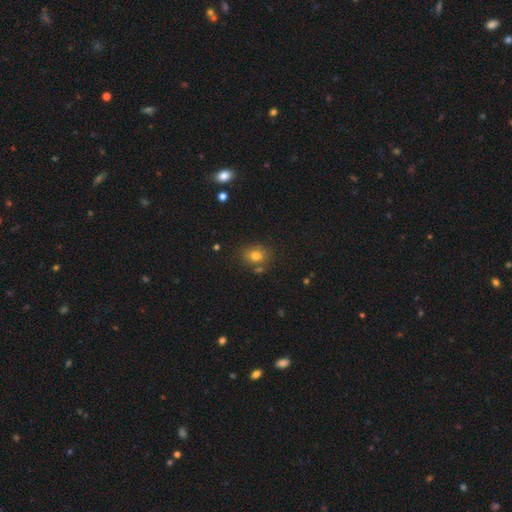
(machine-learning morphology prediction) A smooth galaxy with no disk features (77%) that is round (62%).

Vote fractions:
- Smooth or featured? smooth: 77% / star or artifact: 13% / featured or disk: 9%
- How rounded? round: 62% / in between: 37% / cigar-shaped: 1%
- Merging? none: 74% / minor disturbance: 13% / merger: 10% / major disturbance: 4%